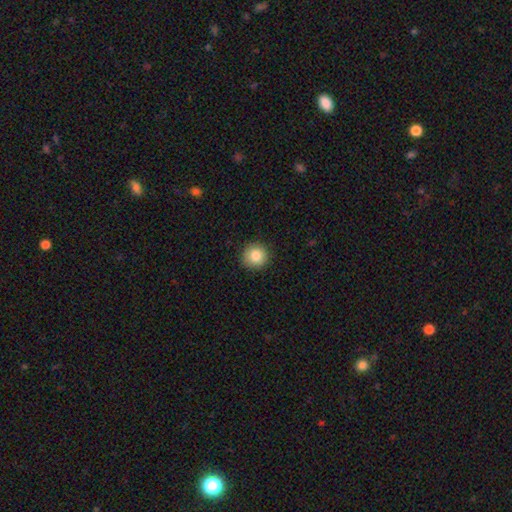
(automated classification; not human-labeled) Morphology: type=smooth (85%); roundness=round (93%); merging=none (91%).